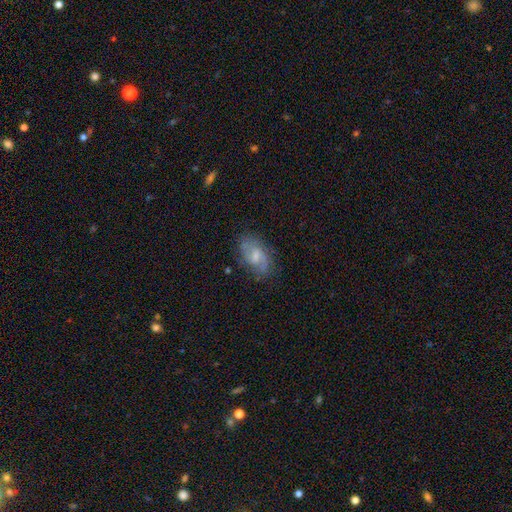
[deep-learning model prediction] Smooth or featured?
  - featured or disk: 63% *
  - smooth: 27%
  - star or artifact: 10%
Edge-on disk?
  - no: 95% *
  - yes: 5%
Bar?
  - weak: 52% *
  - no: 37%
  - strong: 10%
Spiral arms?
  - yes: 87% *
  - no: 13%
Spiral winding?
  - medium: 44% *
  - loose: 32%
  - tight: 24%
Spiral arm count?
  - 2: 71% *
  - can't tell: 17%
  - 1: 4%
  - 3: 4%
  - 4: 2%
  - more than 4: 2%
Bulge size?
  - moderate: 43% *
  - small: 37%
  - none: 14%
  - large: 5%
  - dominant: 1%
Merging?
  - none: 74% *
  - minor disturbance: 18%
  - major disturbance: 6%
  - merger: 2%